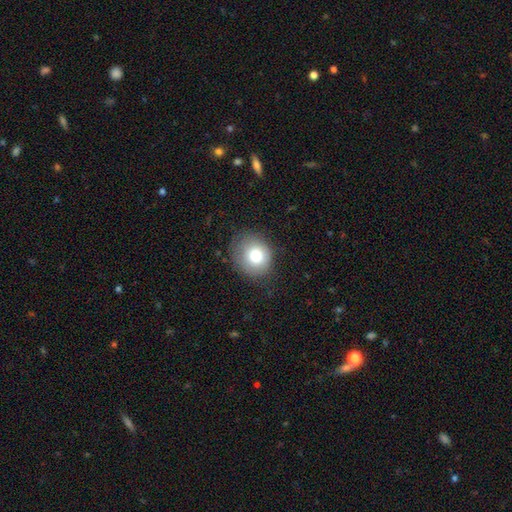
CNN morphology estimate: smooth_or_featured: smooth (p=0.78) [alt: featured or disk p=0.13]
how_rounded: round (p=0.76) [alt: in between p=0.24]
merging: none (p=0.74) [alt: minor disturbance p=0.18]